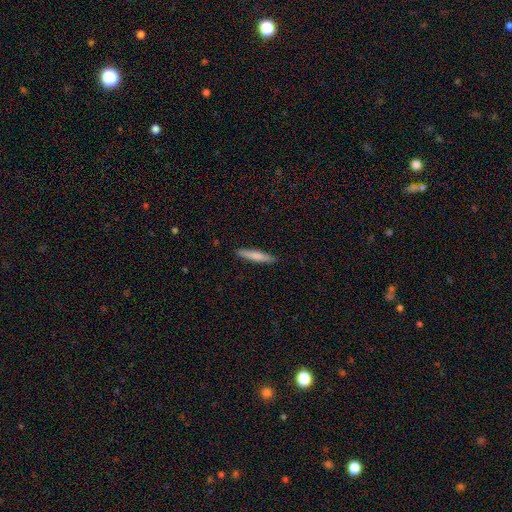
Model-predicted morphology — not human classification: Smooth or featured? smooth (76%)
How rounded? cigar-shaped (91%)
Merging? none (90%)